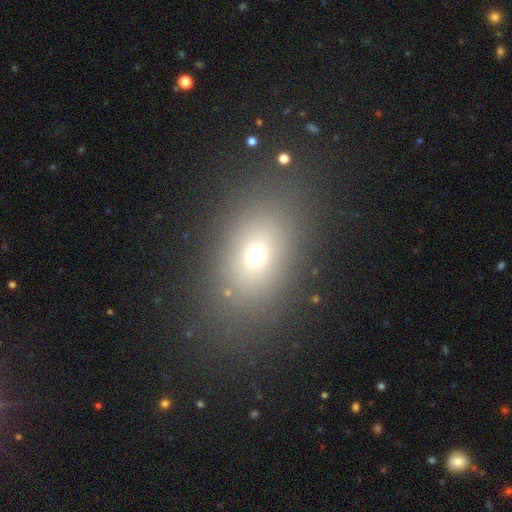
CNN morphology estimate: Smooth or featured: smooth — 65% (star or artifact — 20%)
How rounded: in between — 71% (round — 27%)
Merging: none — 83% (minor disturbance — 9%)